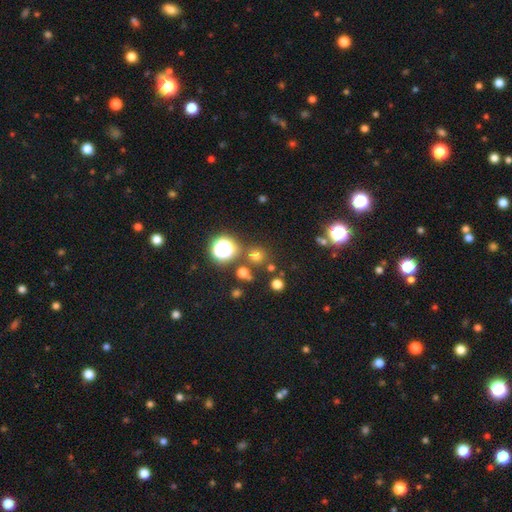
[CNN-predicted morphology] smooth_or_featured: smooth (p=0.63) [alt: star or artifact p=0.30]
how_rounded: round (p=0.90) [alt: in between p=0.09]
merging: none (p=0.80) [alt: merger p=0.09]